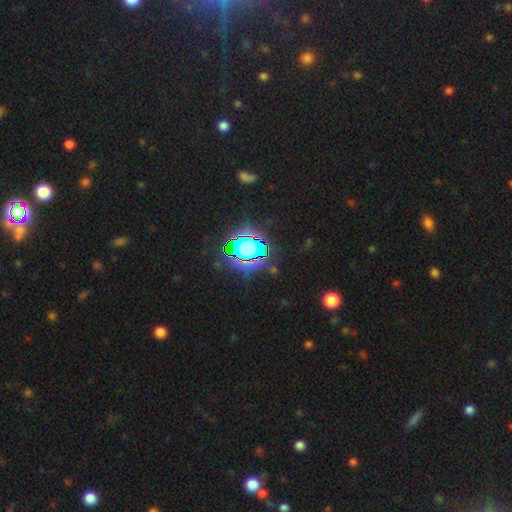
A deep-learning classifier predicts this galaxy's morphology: smooth_or_featured: star or artifact (p=0.77) [alt: smooth p=0.14]